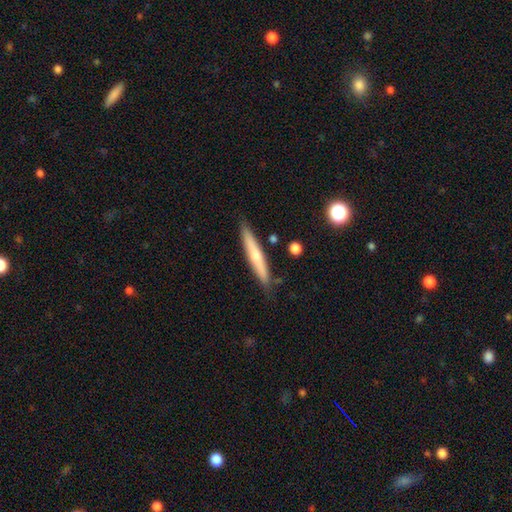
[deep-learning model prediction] Smooth or featured: smooth — 55% (featured or disk — 39%)
How rounded: cigar-shaped — 94% (in between — 5%)
Merging: none — 85% (minor disturbance — 11%)